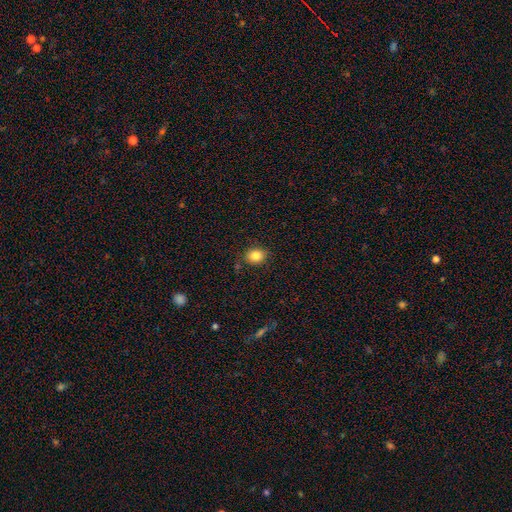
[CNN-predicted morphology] smooth-or-featured: smooth: 83% | star or artifact: 10% | featured or disk: 6%
  how-rounded: round: 54% | in between: 45% | cigar-shaped: 1%
  merging: none: 83% | minor disturbance: 12% | major disturbance: 3% | merger: 2%